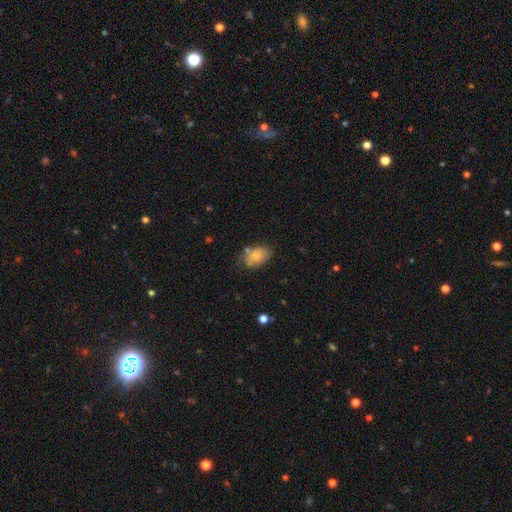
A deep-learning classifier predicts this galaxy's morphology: type=smooth (78%); roundness=in between (87%); merging=none (65%).